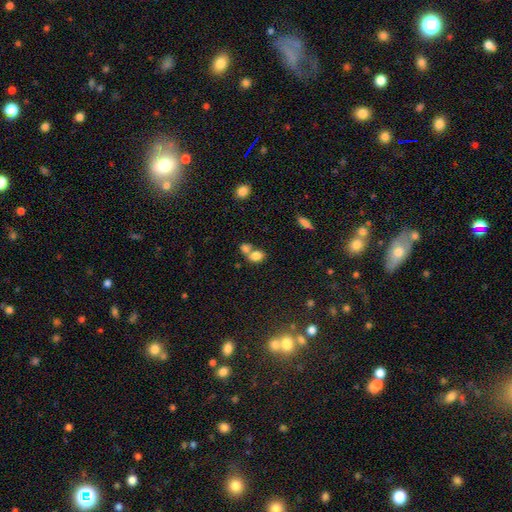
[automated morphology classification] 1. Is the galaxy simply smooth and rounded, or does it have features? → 80% smooth, 10% star or artifact, 9% featured or disk.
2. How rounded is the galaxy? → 69% in between, 29% round, 2% cigar-shaped.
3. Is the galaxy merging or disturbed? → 52% merger, 36% none, 8% minor disturbance, 4% major disturbance.